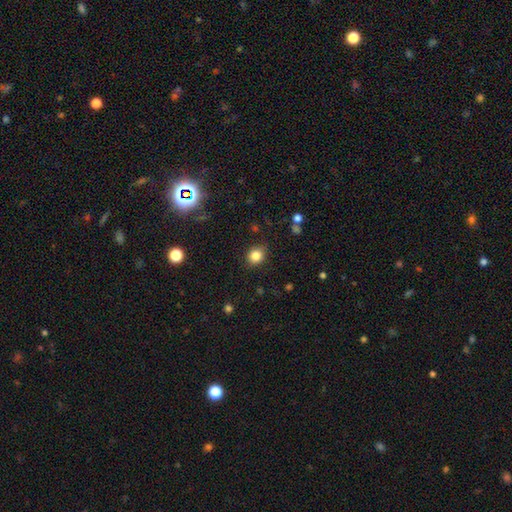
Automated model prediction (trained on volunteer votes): Q: Smooth or featured?
A: smooth (83%); runner-up: star or artifact (12%)
Q: How rounded?
A: round (75%); runner-up: in between (24%)
Q: Merging?
A: none (87%); runner-up: minor disturbance (9%)